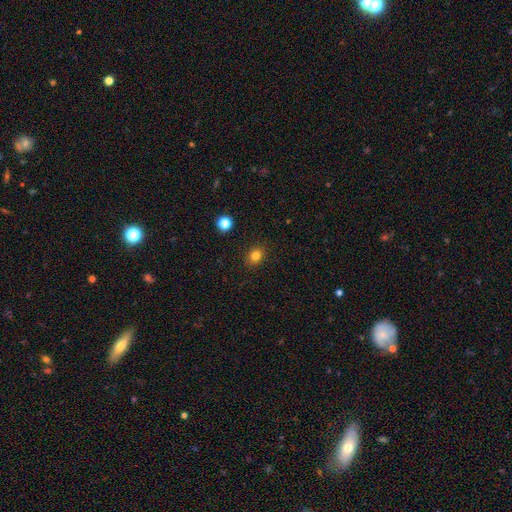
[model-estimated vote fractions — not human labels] This is clearly a smooth galaxy (82%). How rounded: possibly round (56%). Merging: clearly none (88%).